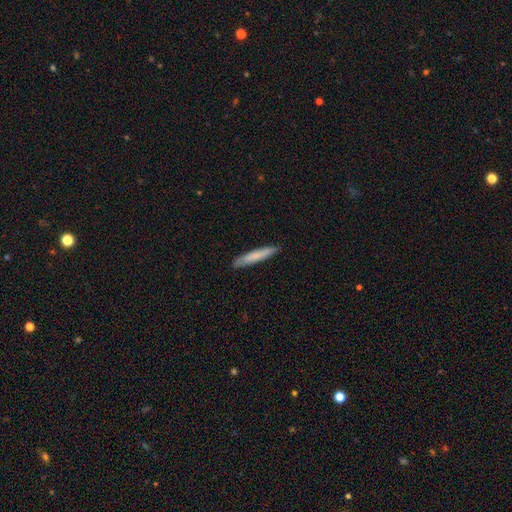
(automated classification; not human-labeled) The model was most divided on "smooth or featured": smooth: 78%, featured or disk: 16%, star or artifact: 5%. More confident: how rounded — cigar-shaped (93%); merging — none (89%).